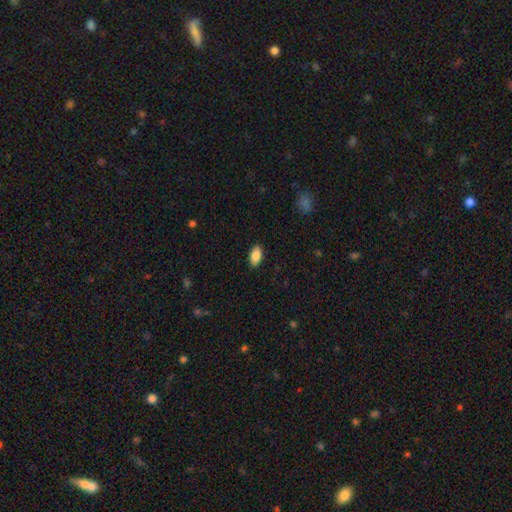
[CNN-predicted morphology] A smooth galaxy with no disk features (85%) that is in between round and cigar-shaped (93%).

Vote fractions:
- Smooth or featured? smooth: 85% / featured or disk: 8% / star or artifact: 7%
- How rounded? in between: 93% / round: 4% / cigar-shaped: 3%
- Merging? none: 88% / minor disturbance: 9% / major disturbance: 2% / merger: 1%